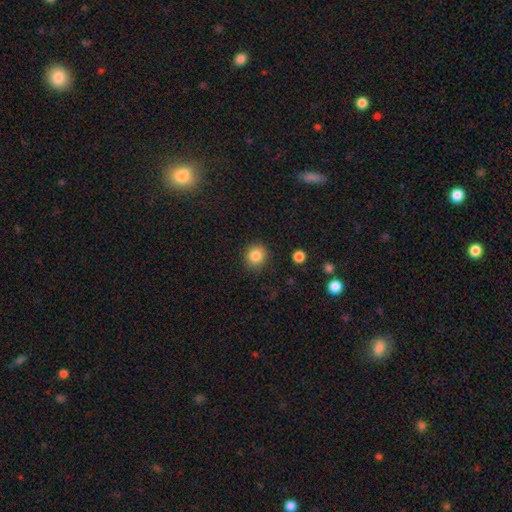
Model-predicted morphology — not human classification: Smooth or featured? Predicted: smooth (p=0.84). How rounded? Predicted: round (p=0.89). Merging? Predicted: none (p=0.89).